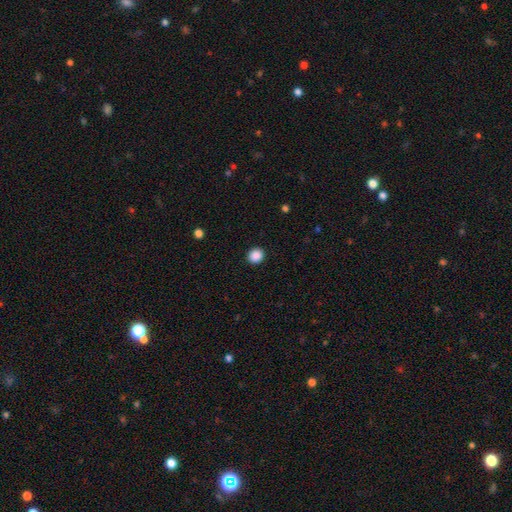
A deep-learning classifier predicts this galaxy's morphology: type=smooth (88%); roundness=round (84%); merging=none (92%).